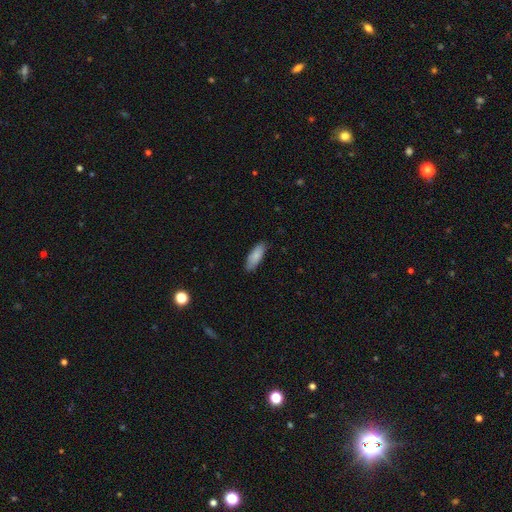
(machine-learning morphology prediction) This appears to be a smooth galaxy with no disk features (86%) that is in between round and cigar-shaped (65%). Merging: none (85%).